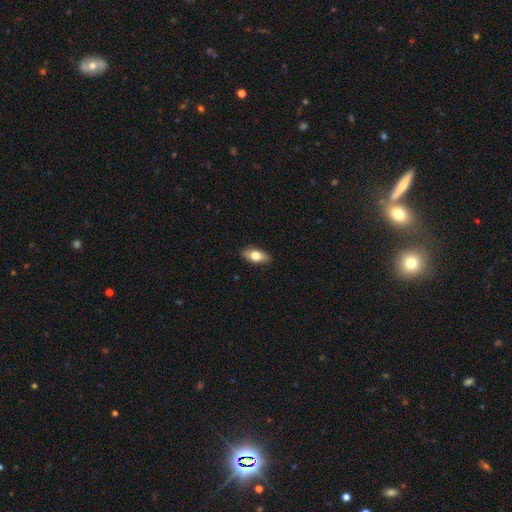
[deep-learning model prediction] Q: Smooth or featured?
A: smooth (73%); runner-up: featured or disk (20%)
Q: How rounded?
A: in between (87%); runner-up: cigar-shaped (9%)
Q: Merging?
A: none (87%); runner-up: minor disturbance (10%)